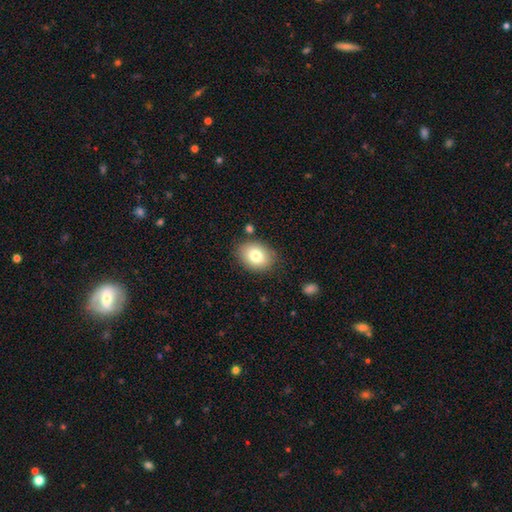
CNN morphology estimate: Smooth or featured?
  - smooth: 81% *
  - featured or disk: 11%
  - star or artifact: 8%
How rounded?
  - in between: 67% *
  - round: 32%
  - cigar-shaped: 1%
Merging?
  - none: 82% *
  - minor disturbance: 12%
  - major disturbance: 3%
  - merger: 3%